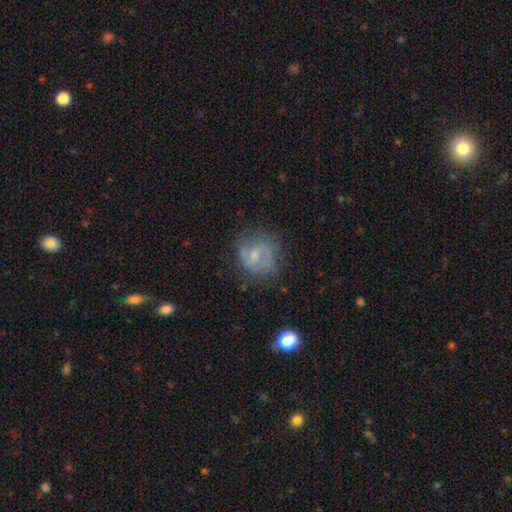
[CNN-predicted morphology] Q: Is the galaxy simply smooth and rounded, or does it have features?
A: featured or disk — 47%.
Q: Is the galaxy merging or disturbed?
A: none — 59%.